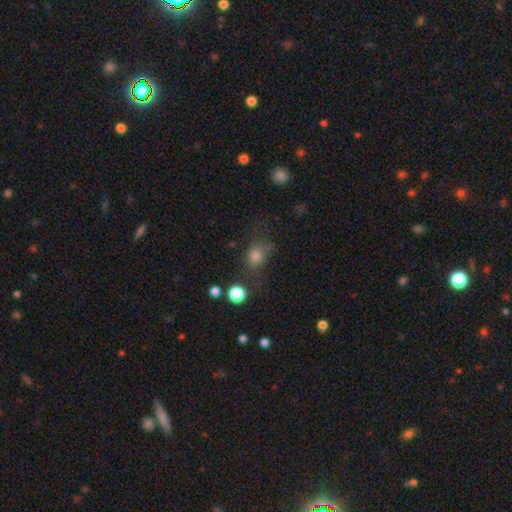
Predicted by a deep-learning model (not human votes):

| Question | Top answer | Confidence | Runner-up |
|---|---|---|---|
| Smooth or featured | smooth | 73% | star or artifact (17%) |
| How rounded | round | 56% | in between (42%) |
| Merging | none | 58% | minor disturbance (21%) |